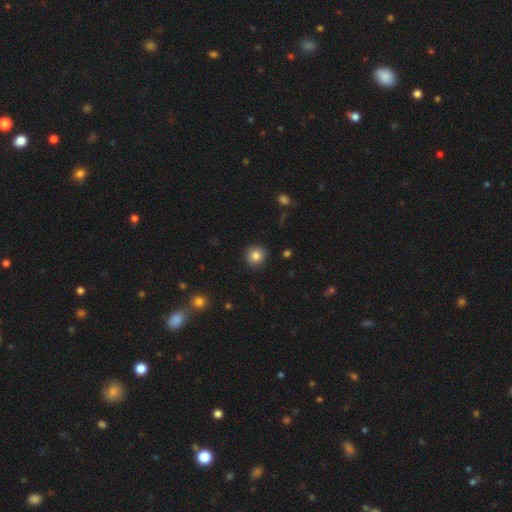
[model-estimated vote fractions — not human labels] smooth 85%, star or artifact 10%, featured or disk 5%. Down the decision tree: how rounded — round (93%); merging — none (91%).